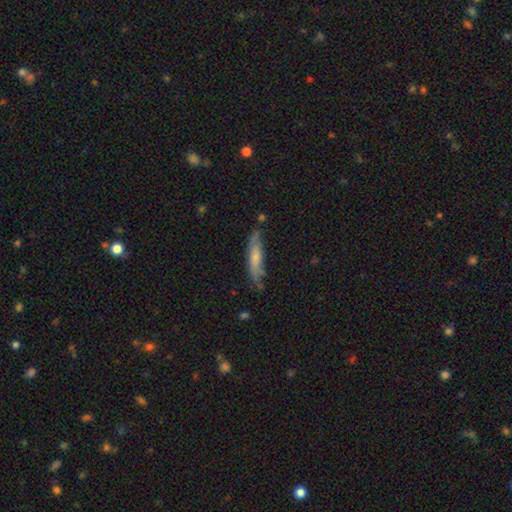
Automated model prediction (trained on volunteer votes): This appears to be a smooth galaxy with no disk features (59%) that is cigar-shaped (84%). Merging: none (77%).